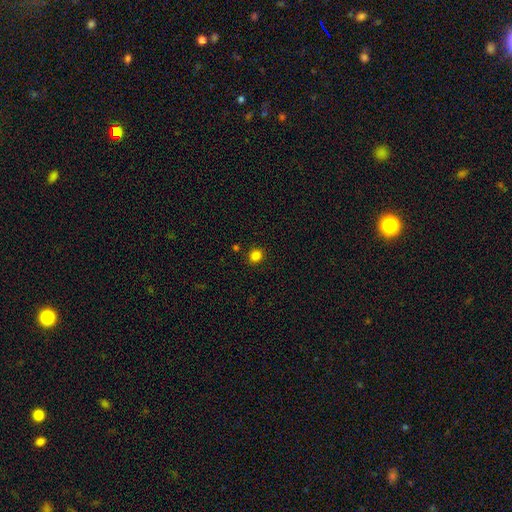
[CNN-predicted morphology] The model was most divided on "how rounded": round: 83%, in between: 16%, cigar-shaped: 1%. More confident: merging — none (89%); smooth or featured — smooth (83%).